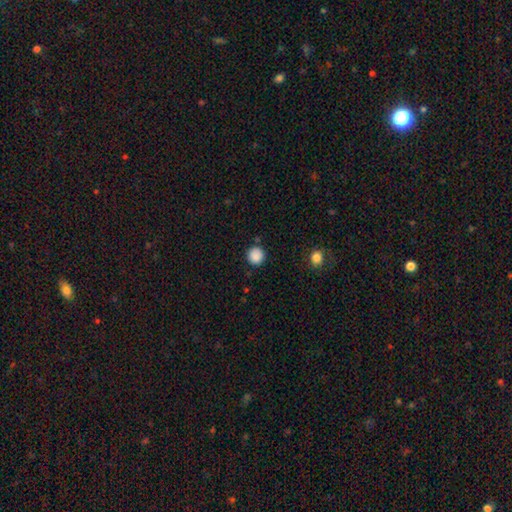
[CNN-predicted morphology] Overall: smooth (88%). How rounded: round (94%). Merging: none (88%).